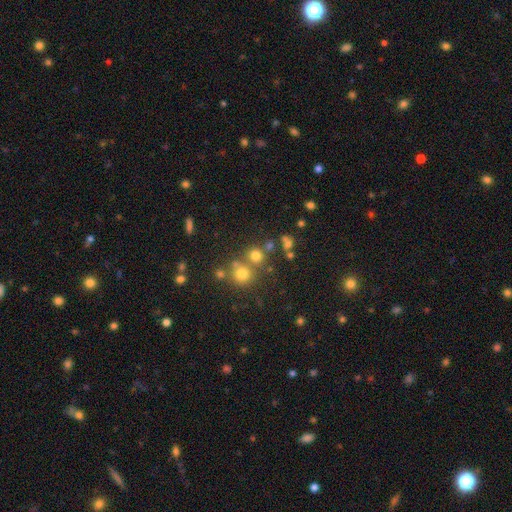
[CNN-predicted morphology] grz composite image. It shows a smooth galaxy with no disk features (71%) that is round (90%). Merging: none (65%).